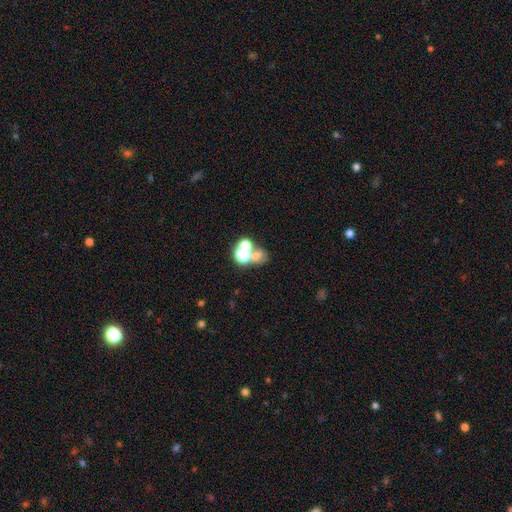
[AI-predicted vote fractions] smooth 49%, star or artifact 29%, featured or disk 22%. Down the decision tree: merging — merger (51%).